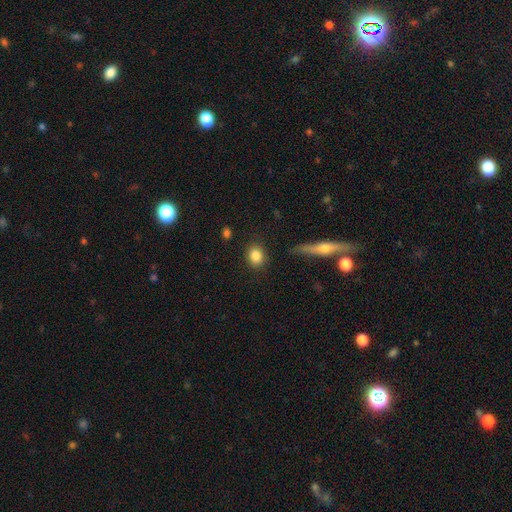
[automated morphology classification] Smooth or featured? Predicted: smooth (p=0.85). How rounded? Predicted: round (p=0.53). Merging? Predicted: none (p=0.85).